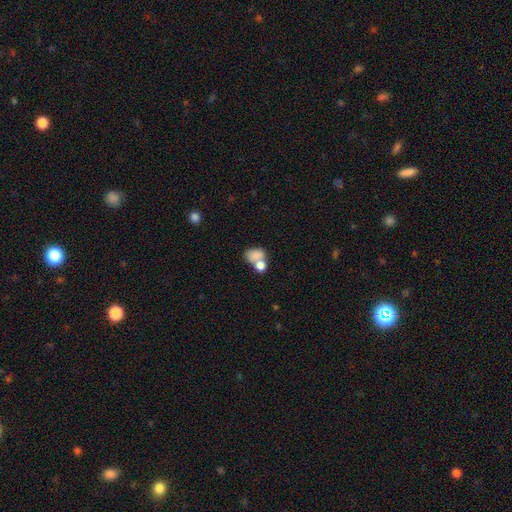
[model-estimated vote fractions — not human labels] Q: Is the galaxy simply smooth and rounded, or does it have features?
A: smooth — 77%.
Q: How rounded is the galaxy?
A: in between — 71%.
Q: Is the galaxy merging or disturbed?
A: merger — 52%.